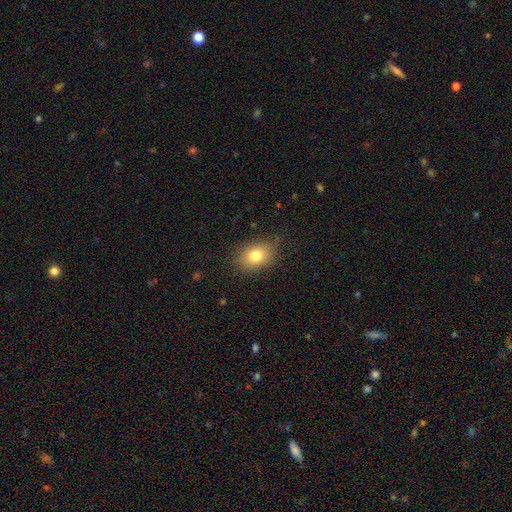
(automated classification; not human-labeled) A smooth galaxy with no disk features (79%) that is in between round and cigar-shaped (74%).

Vote fractions:
- Smooth or featured? smooth: 79% / featured or disk: 11% / star or artifact: 10%
- How rounded? in between: 74% / round: 25% / cigar-shaped: 1%
- Merging? none: 82% / minor disturbance: 13% / major disturbance: 4% / merger: 1%